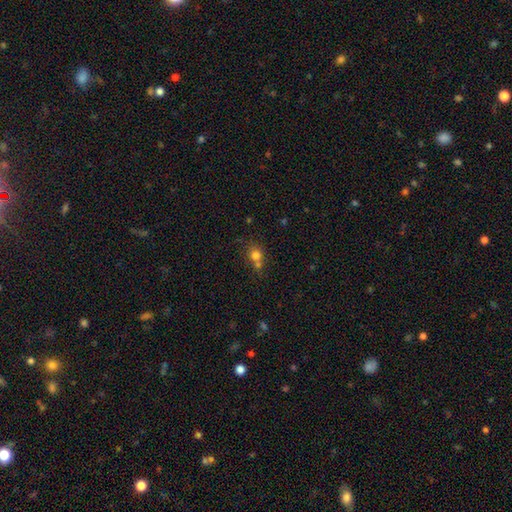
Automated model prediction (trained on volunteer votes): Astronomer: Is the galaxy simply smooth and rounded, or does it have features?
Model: smooth — 76%.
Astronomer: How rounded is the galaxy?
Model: round — 82%.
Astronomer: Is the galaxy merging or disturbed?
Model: none — 45% (runner-up: merger, 42%).